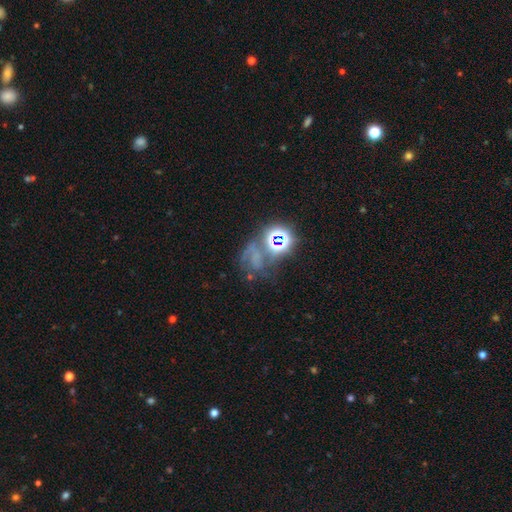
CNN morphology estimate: star or artifact 46%, featured or disk 33%, smooth 21%.